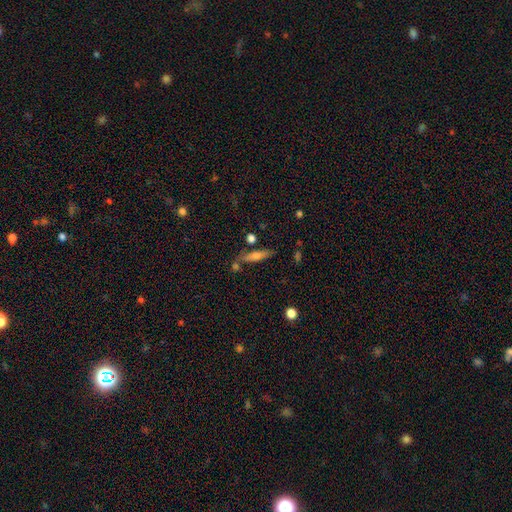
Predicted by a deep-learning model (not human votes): Smooth or featured? Predicted: smooth (p=0.50). Merging? Predicted: none (p=0.74).